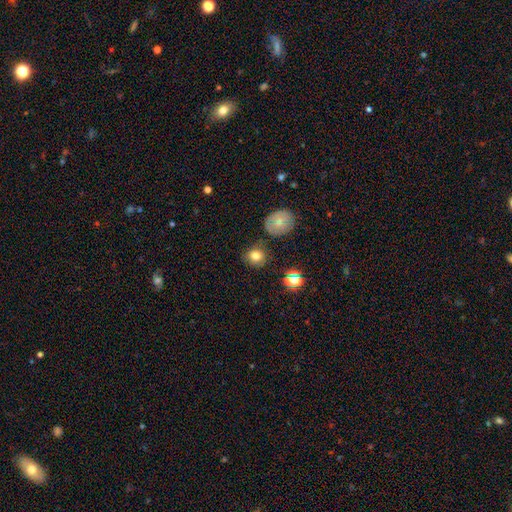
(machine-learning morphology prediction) smooth-or-featured: smooth: 78% | star or artifact: 14% | featured or disk: 9%
  how-rounded: round: 80% | in between: 19% | cigar-shaped: 1%
  merging: none: 81% | minor disturbance: 11% | merger: 5% | major disturbance: 3%